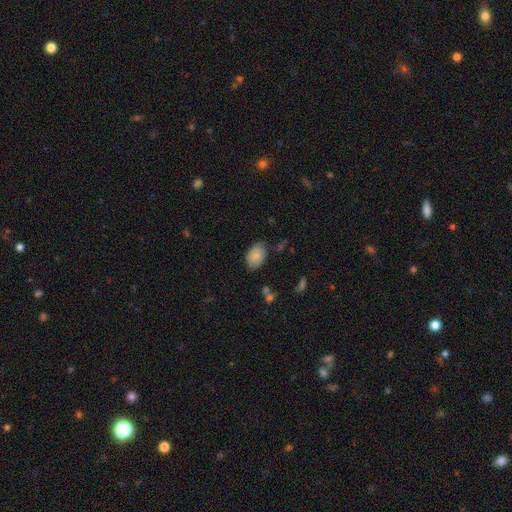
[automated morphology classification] This appears to be a smooth galaxy with no disk features (84%) that is in between round and cigar-shaped (88%). Merging: none (70%).